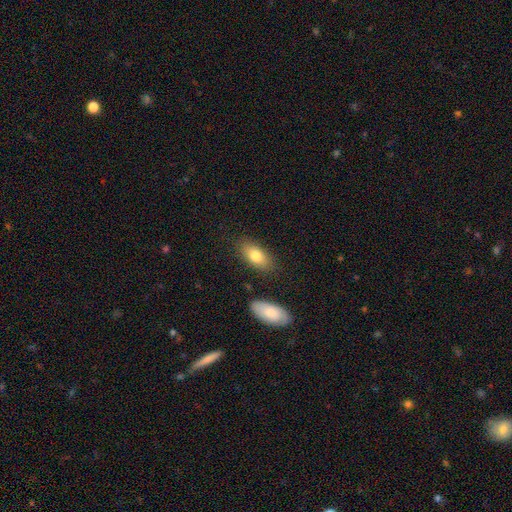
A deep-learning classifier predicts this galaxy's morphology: Overall: smooth (79%). How rounded: in between (88%). Merging: none (80%).